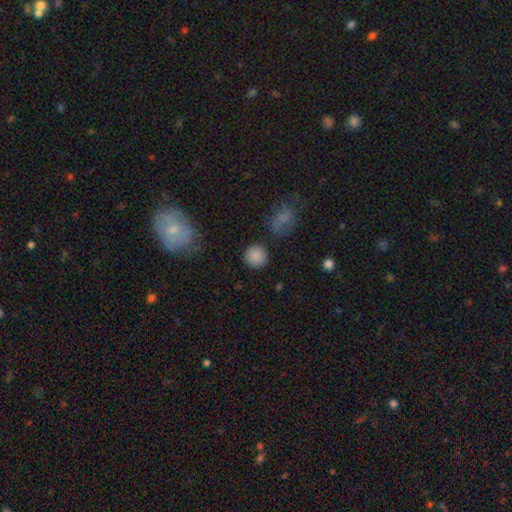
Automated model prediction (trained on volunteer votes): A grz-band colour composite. It shows a smooth galaxy with no disk features (86%) that is round (92%). Merging: none (85%).